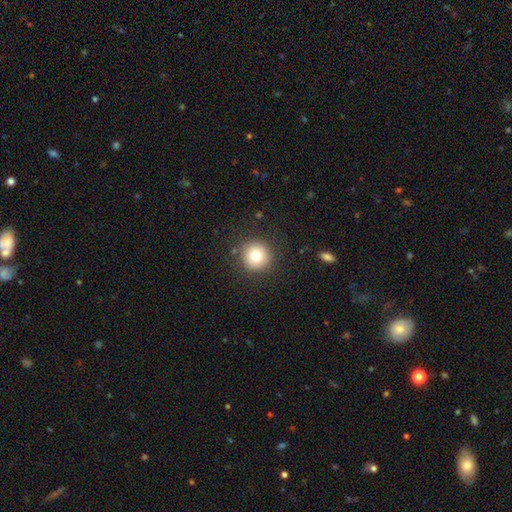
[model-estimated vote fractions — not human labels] Smooth or featured?
  - smooth: 78% *
  - star or artifact: 11%
  - featured or disk: 11%
How rounded?
  - round: 95% *
  - in between: 4%
  - cigar-shaped: 1%
Merging?
  - none: 89% *
  - minor disturbance: 7%
  - major disturbance: 3%
  - merger: 2%